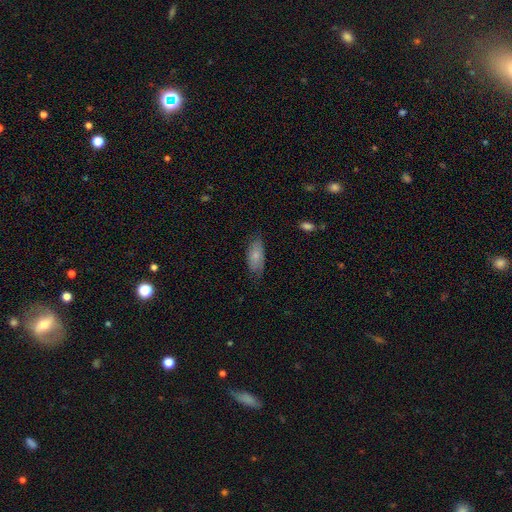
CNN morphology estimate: This is likely a smooth galaxy (73%). How rounded: clearly in between (87%). Merging: likely none (67%).